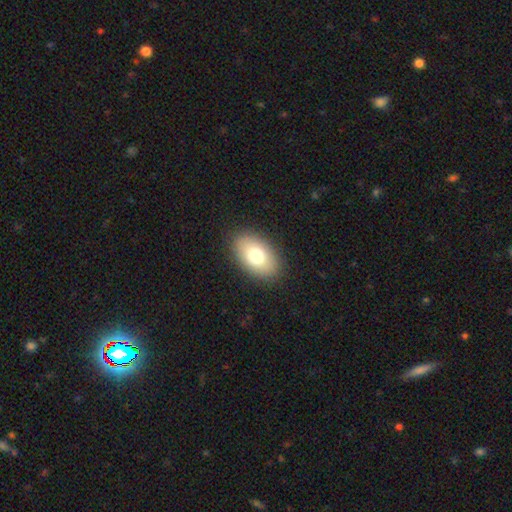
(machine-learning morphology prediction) Smooth or featured?
  - smooth: 76% *
  - featured or disk: 16%
  - star or artifact: 8%
How rounded?
  - in between: 90% *
  - round: 8%
  - cigar-shaped: 1%
Merging?
  - none: 88% *
  - minor disturbance: 9%
  - major disturbance: 3%
  - merger: 1%